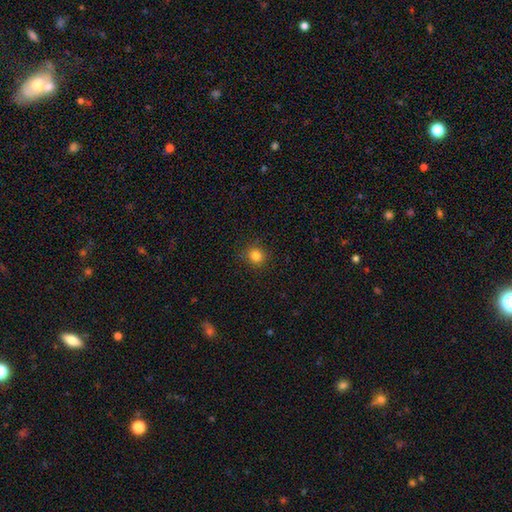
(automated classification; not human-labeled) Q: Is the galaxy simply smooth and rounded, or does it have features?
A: smooth — 84%.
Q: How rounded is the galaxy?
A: round — 89%.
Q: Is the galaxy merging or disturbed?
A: none — 89%.